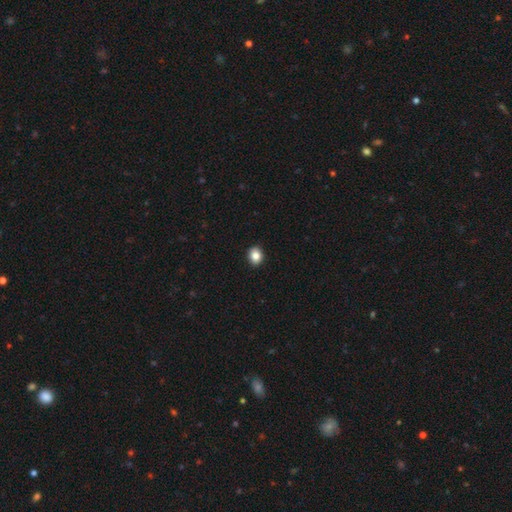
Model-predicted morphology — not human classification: Smooth or featured?
  - smooth: 85% *
  - star or artifact: 10%
  - featured or disk: 6%
How rounded?
  - round: 58% *
  - in between: 41%
  - cigar-shaped: 1%
Merging?
  - none: 91% *
  - minor disturbance: 6%
  - major disturbance: 1%
  - merger: 1%